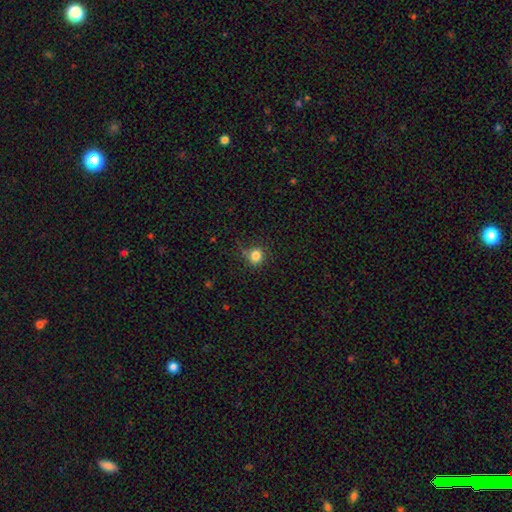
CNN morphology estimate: Smooth or featured? smooth (83%)
How rounded? round (84%)
Merging? none (79%)